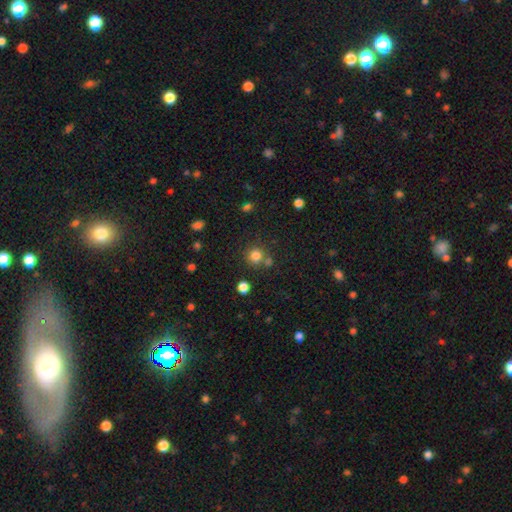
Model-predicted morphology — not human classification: A smooth galaxy with no disk features (80%) that is round (91%). Merging: none (70%).